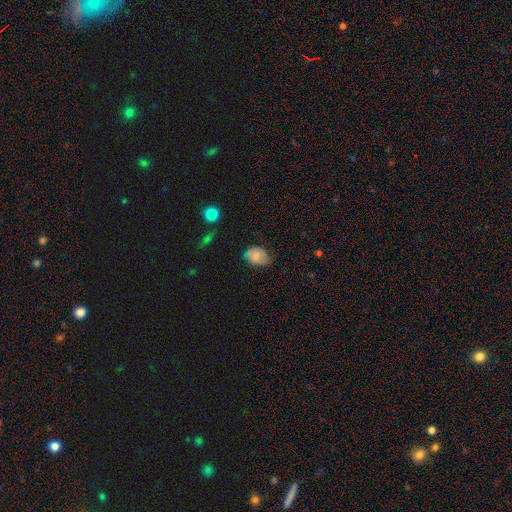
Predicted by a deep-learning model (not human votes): Smooth or featured? Predicted: smooth (p=0.77). How rounded? Predicted: in between (p=0.69). Merging? Predicted: none (p=0.61).